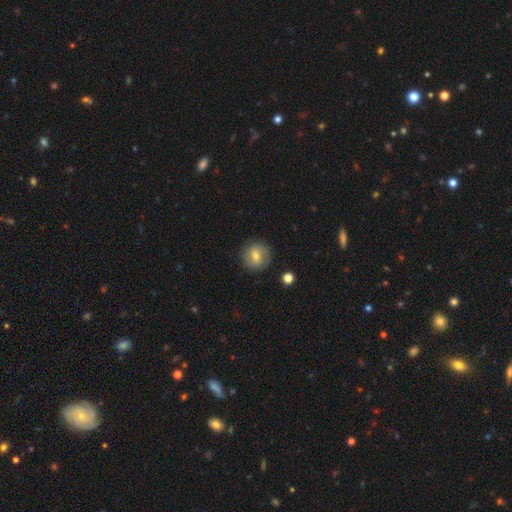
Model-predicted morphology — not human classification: Overall: smooth (67%). How rounded: round (90%). Merging: none (85%).